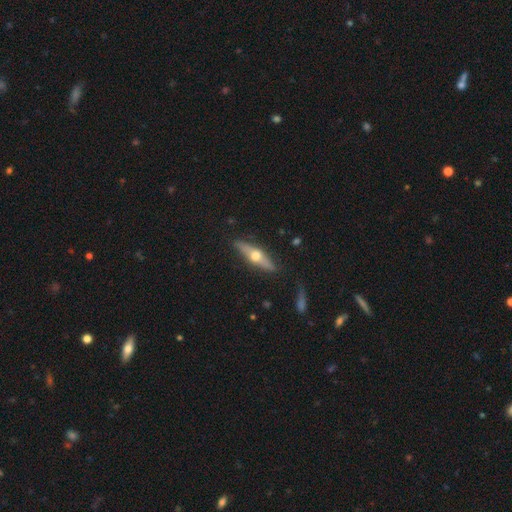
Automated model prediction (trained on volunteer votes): Q: Smooth or featured?
A: featured or disk (62%); runner-up: smooth (32%)
Q: Edge-on disk?
A: yes (92%); runner-up: no (8%)
Q: Edge-on bulge?
A: rounded (95%); runner-up: none (3%)
Q: Merging?
A: none (86%); runner-up: minor disturbance (10%)